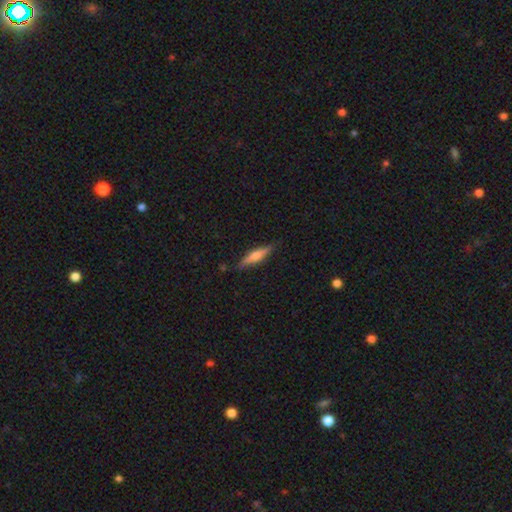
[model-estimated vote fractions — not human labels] Overall: smooth (49%; featured or disk 45%). Merging: none (84%).